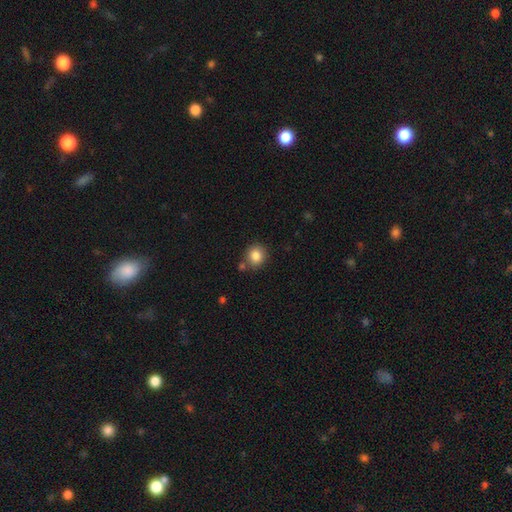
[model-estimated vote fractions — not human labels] This is clearly a smooth galaxy (85%). How rounded: clearly round (82%). Merging: likely none (76%).